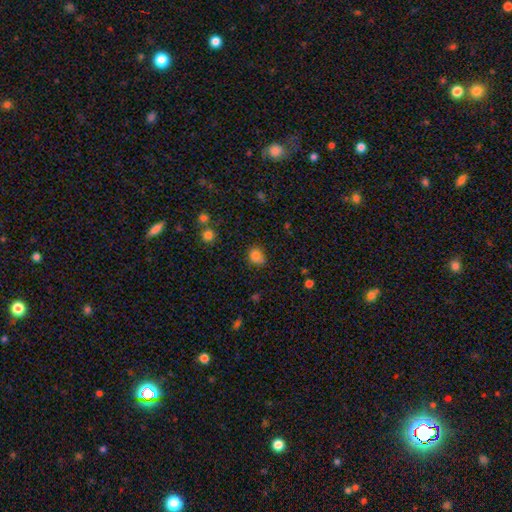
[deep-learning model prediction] Overall: smooth (82%). How rounded: round (58%; in between 41%). Merging: none (68%).